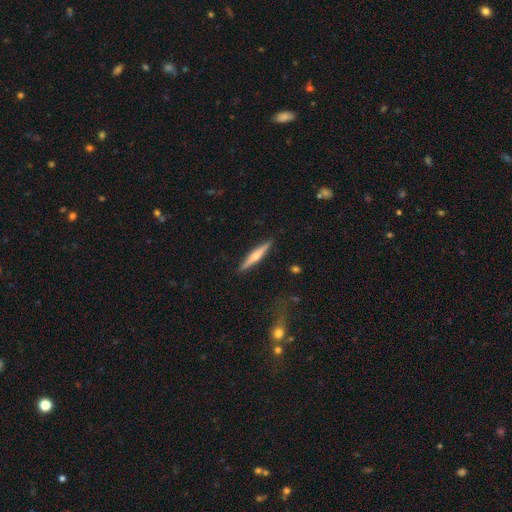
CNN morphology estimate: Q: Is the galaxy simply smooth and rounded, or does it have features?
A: featured or disk — 57%.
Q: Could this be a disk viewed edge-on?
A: yes — 97%.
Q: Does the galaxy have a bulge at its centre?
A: rounded — 83%.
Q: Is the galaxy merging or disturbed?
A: none — 89%.